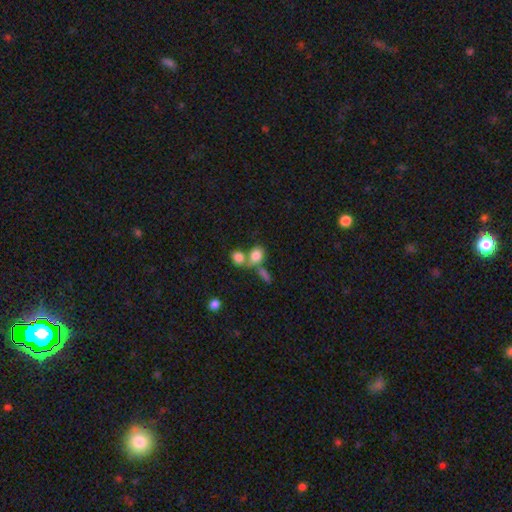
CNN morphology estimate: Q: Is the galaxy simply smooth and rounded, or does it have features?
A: smooth — 79%.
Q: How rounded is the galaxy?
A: in between — 50%.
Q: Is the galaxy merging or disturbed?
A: merger — 50%.